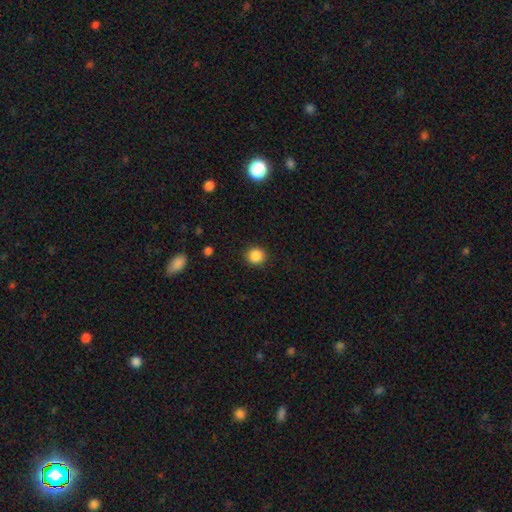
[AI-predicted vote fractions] A smooth galaxy with no disk features (87%) that is round (92%). Merging: none (91%).